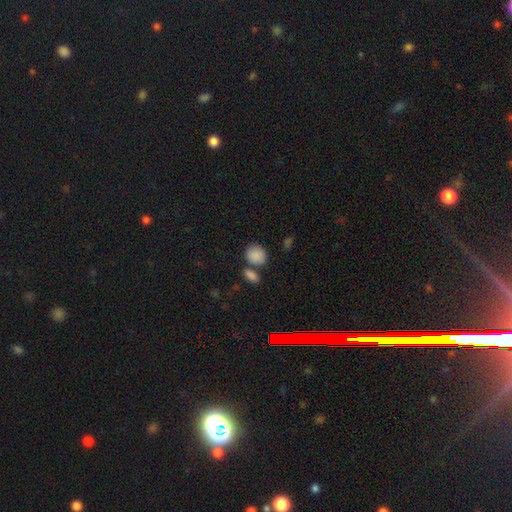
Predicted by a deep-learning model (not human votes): The model was most divided on "how rounded": round: 57%, in between: 42%, cigar-shaped: 1%. More confident: smooth or featured — smooth (87%); merging — none (60%).